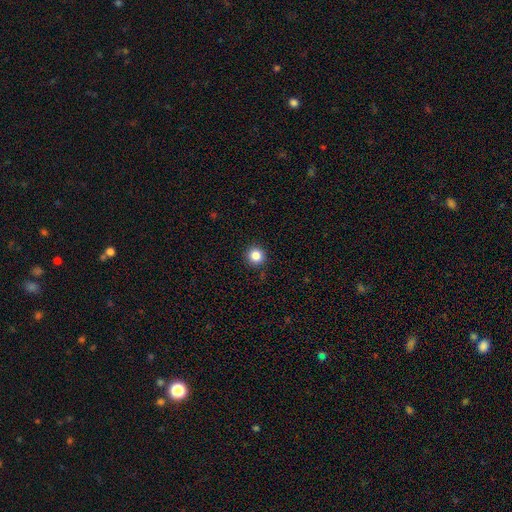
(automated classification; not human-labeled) Overall: smooth (84%). How rounded: round (95%). Merging: none (92%).